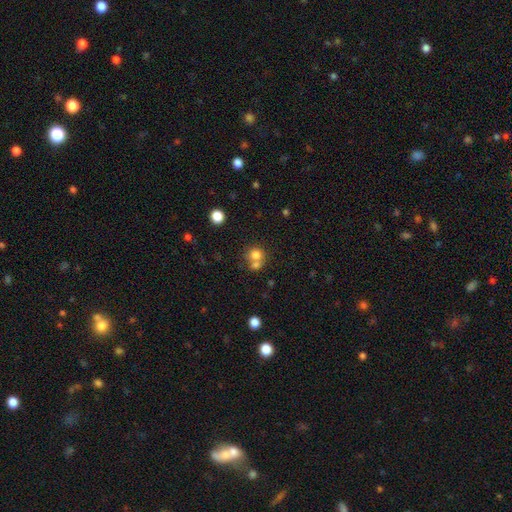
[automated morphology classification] This appears to be a smooth galaxy with no disk features (76%) that is round (84%). Merging: merger (47%).